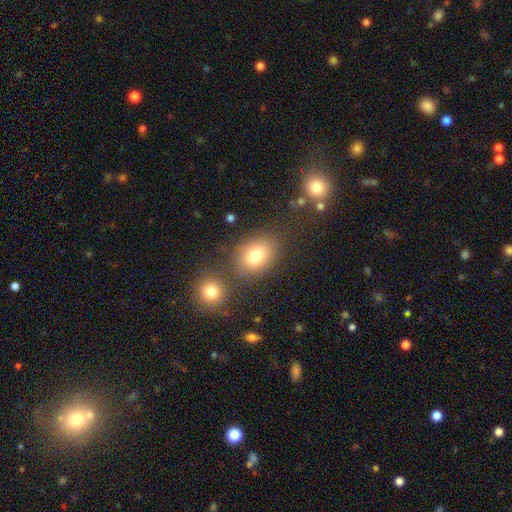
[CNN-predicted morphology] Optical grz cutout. It shows a smooth galaxy with no disk features (79%) that is in between round and cigar-shaped (63%). Merging: none (70%).